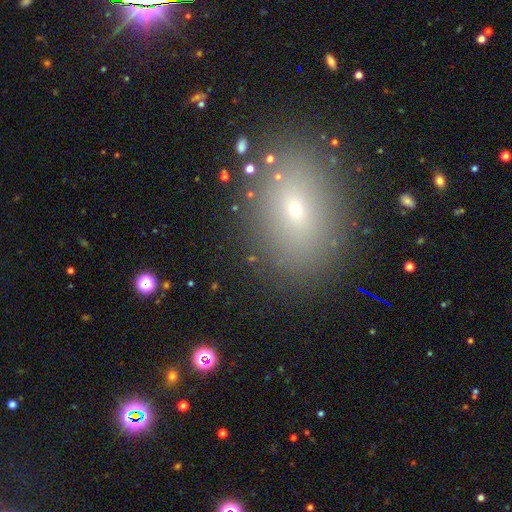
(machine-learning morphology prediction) This appears to be a smooth galaxy with no disk features (60%) that is in between round and cigar-shaped (73%). Merging: none (86%).